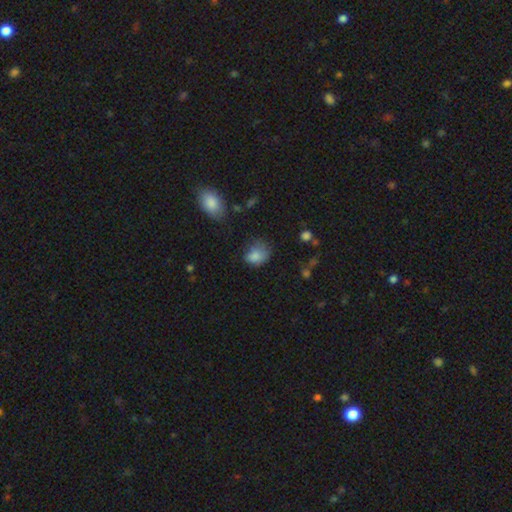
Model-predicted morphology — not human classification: The model was most divided on "how rounded": in between: 53%, round: 46%, cigar-shaped: 1%. Remaining: smooth or featured — smooth (82%); merging — none (45%).